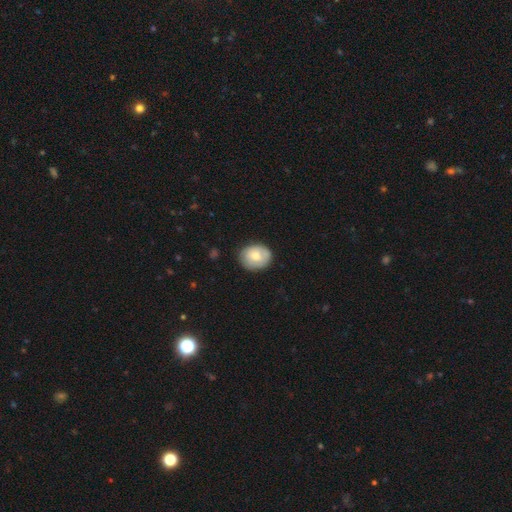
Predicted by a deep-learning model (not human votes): A smooth galaxy with no disk features (69%) that is round (62%).

Vote fractions:
- Smooth or featured? smooth: 69% / featured or disk: 25% / star or artifact: 7%
- How rounded? round: 62% / in between: 38% / cigar-shaped: 1%
- Merging? none: 77% / minor disturbance: 18% / major disturbance: 4% / merger: 1%